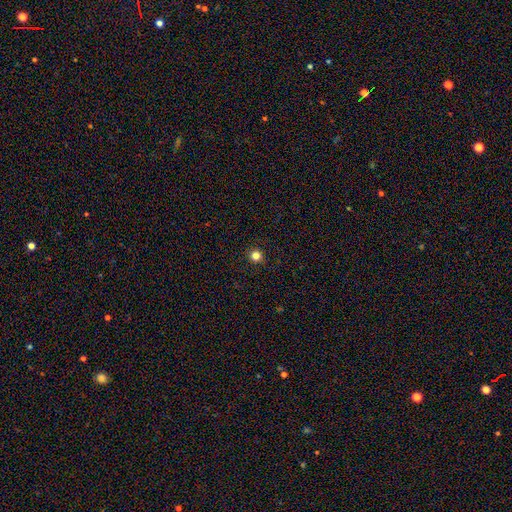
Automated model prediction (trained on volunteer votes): Smooth or featured?
  - smooth: 83% *
  - star or artifact: 13%
  - featured or disk: 4%
How rounded?
  - round: 95% *
  - in between: 4%
  - cigar-shaped: 1%
Merging?
  - none: 92% *
  - minor disturbance: 5%
  - major disturbance: 2%
  - merger: 1%